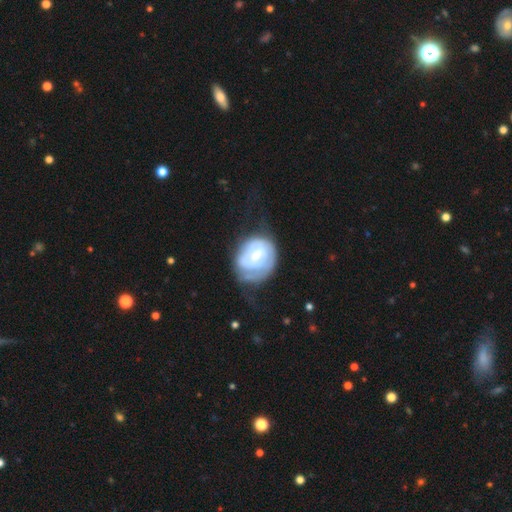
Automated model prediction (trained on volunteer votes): Morphology: type=featured or disk (63%); edge-on=no (98%); bar=weak (51%); spiral arms=yes (74%); bulge=small (45%); merging=none (39%).